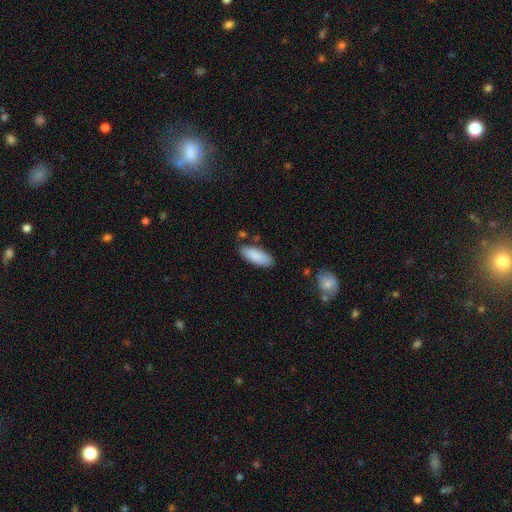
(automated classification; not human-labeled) smooth_or_featured: smooth (p=0.87) [alt: featured or disk p=0.07]
how_rounded: in between (p=0.78) [alt: cigar-shaped p=0.20]
merging: none (p=0.81) [alt: minor disturbance p=0.13]